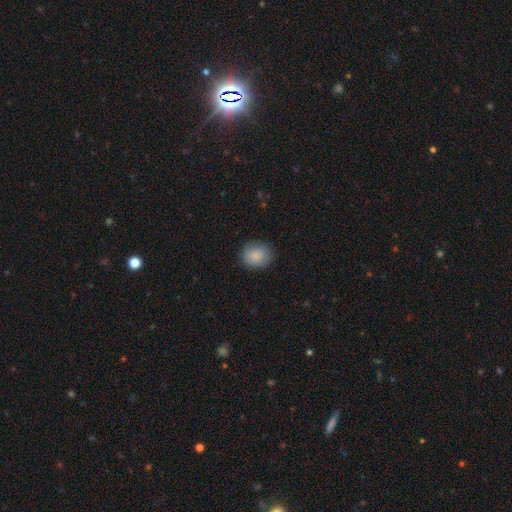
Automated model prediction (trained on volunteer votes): The model was most divided on "how rounded": round: 60%, in between: 39%, cigar-shaped: 1%. More confident: smooth or featured — smooth (87%); merging — none (83%).